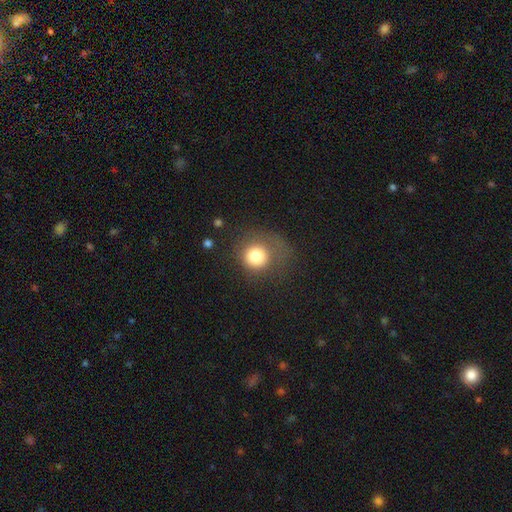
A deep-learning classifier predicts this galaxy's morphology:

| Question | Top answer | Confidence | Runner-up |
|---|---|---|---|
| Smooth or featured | smooth | 78% | featured or disk (11%) |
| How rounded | round | 86% | in between (13%) |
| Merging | none | 49% | major disturbance (25%) |